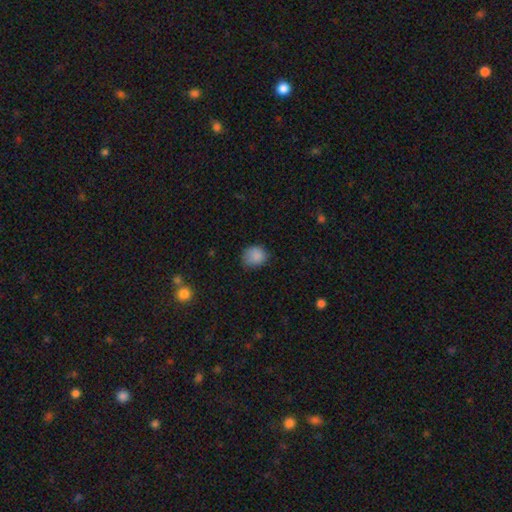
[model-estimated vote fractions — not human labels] Q: Smooth or featured?
A: smooth (86%); runner-up: star or artifact (10%)
Q: How rounded?
A: round (71%); runner-up: in between (28%)
Q: Merging?
A: none (69%); runner-up: minor disturbance (25%)